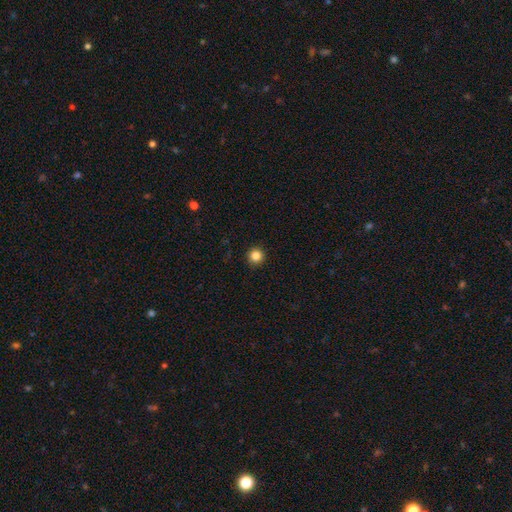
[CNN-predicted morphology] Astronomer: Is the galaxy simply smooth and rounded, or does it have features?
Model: smooth — 85%.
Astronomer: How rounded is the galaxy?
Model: round — 96%.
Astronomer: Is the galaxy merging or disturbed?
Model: none — 93%.